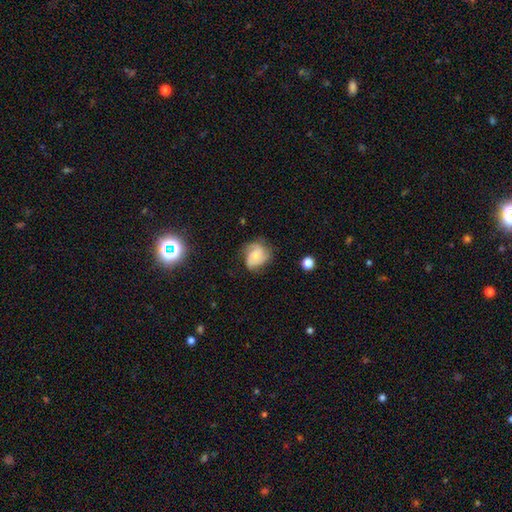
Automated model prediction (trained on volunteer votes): A featured or disk galaxy (53%) with no bar (74%), spiral arms (86%) and a small central bulge (55%). Merging: none (56%).